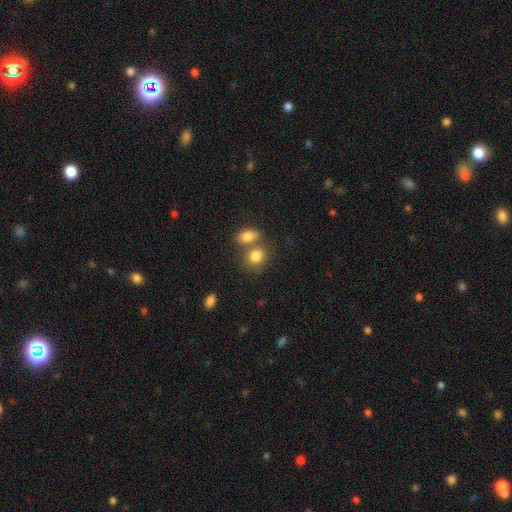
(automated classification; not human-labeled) A smooth galaxy with no disk features (82%) that is round (53%). Merging: none (44%).